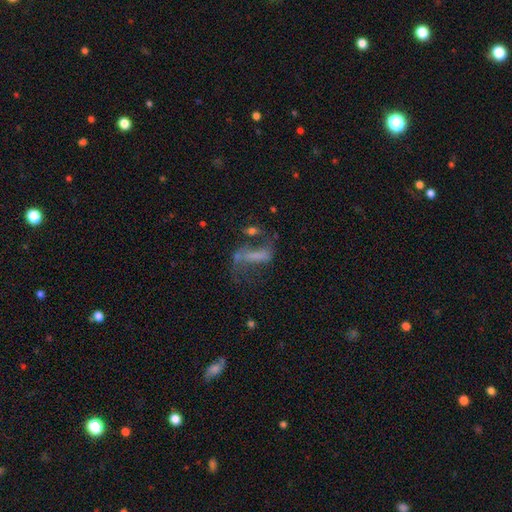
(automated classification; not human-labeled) Smooth or featured? Predicted: featured or disk (p=0.53). Edge-on disk? Predicted: no (p=0.90). Merging? Predicted: major disturbance (p=0.38).